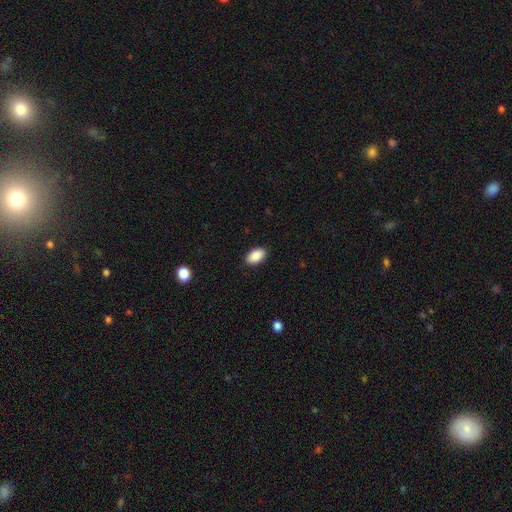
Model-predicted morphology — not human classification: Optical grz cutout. It shows a smooth galaxy with no disk features (89%) that is in between round and cigar-shaped (93%). Merging: none (89%).